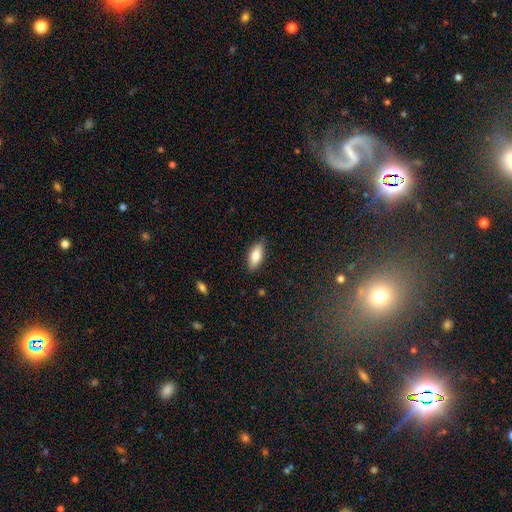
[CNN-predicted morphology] Smooth or featured?
  - smooth: 79% *
  - featured or disk: 14%
  - star or artifact: 6%
How rounded?
  - in between: 79% *
  - cigar-shaped: 19%
  - round: 2%
Merging?
  - none: 83% *
  - minor disturbance: 13%
  - major disturbance: 2%
  - merger: 1%